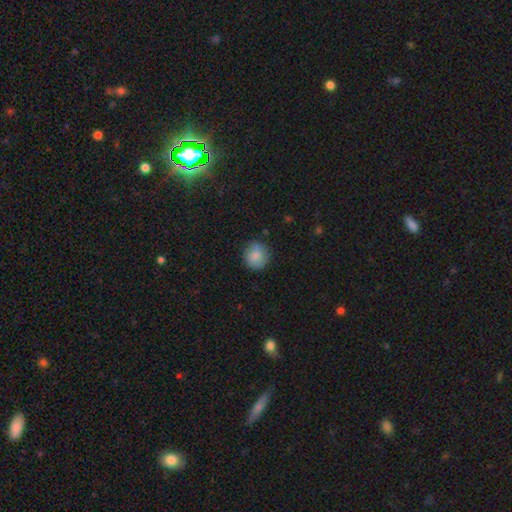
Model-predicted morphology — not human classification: smooth 83%, featured or disk 9%, star or artifact 8%. Down the decision tree: how rounded — round (90%); merging — none (83%).